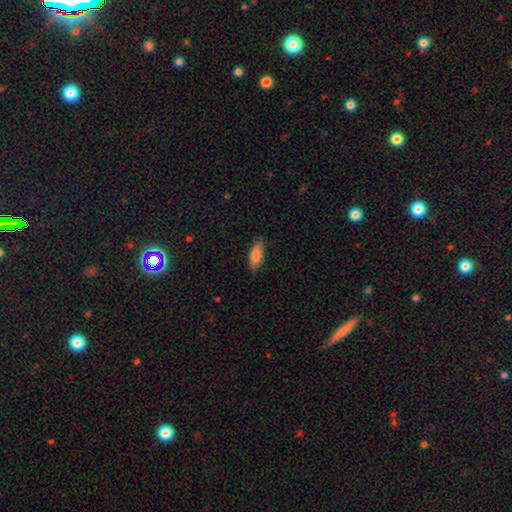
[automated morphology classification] The model was most divided on "how rounded": in between: 73%, cigar-shaped: 25%, round: 2%. More confident: merging — none (82%); smooth or featured — smooth (81%).